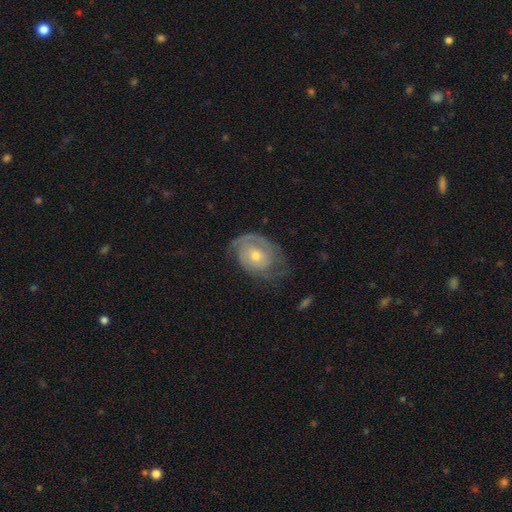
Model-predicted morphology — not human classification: A featured or disk galaxy (70%) with no bar (80%), 2 (33%) tight (59%) spiral arms (81%) and a moderate central bulge (50%).

Vote fractions:
- Smooth or featured? featured or disk: 70% / smooth: 23% / star or artifact: 7%
- Edge-on disk? no: 96% / yes: 4%
- Bar? no: 80% / weak: 17% / strong: 3%
- Spiral arms? yes: 81% / no: 19%
- Spiral winding? tight: 59% / medium: 28% / loose: 13%
- Spiral arm count? 2: 33% / can't tell: 32% / 1: 24% / 3: 6% / 4: 2% / more than 4: 2%
- Bulge size? moderate: 50% / small: 46% / large: 2% / none: 1% / dominant: 1%
- Merging? none: 53% / minor disturbance: 27% / major disturbance: 18% / merger: 2%